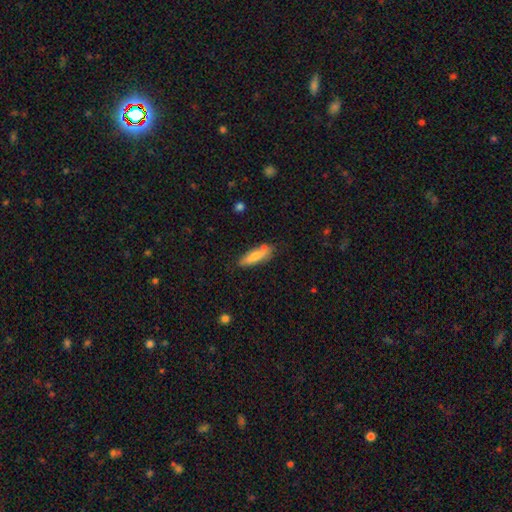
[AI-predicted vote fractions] Overall: smooth (72%). How rounded: cigar-shaped (54%; in between 44%). Merging: none (72%).